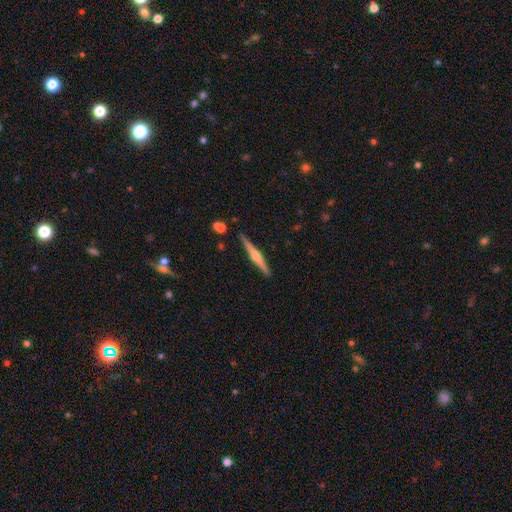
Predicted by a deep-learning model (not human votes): This is likely a featured or disk galaxy (72%). It is clearly viewed edge-on (98%). Edge-on bulge: clearly rounded (82%). Merging: clearly none (90%).